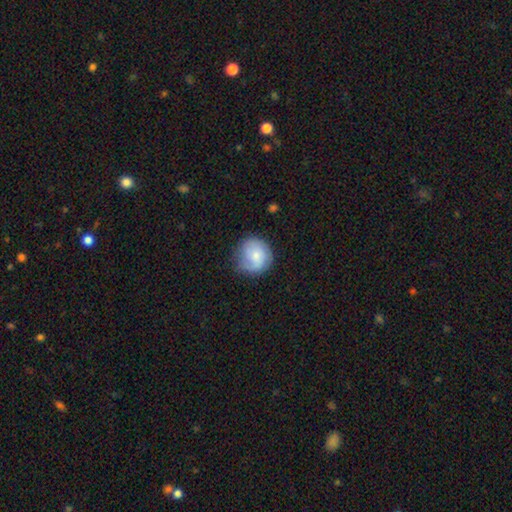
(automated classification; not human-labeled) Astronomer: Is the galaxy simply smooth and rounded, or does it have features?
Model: smooth — 63%.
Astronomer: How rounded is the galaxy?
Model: round — 86%.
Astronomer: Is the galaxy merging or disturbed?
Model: none — 61%.